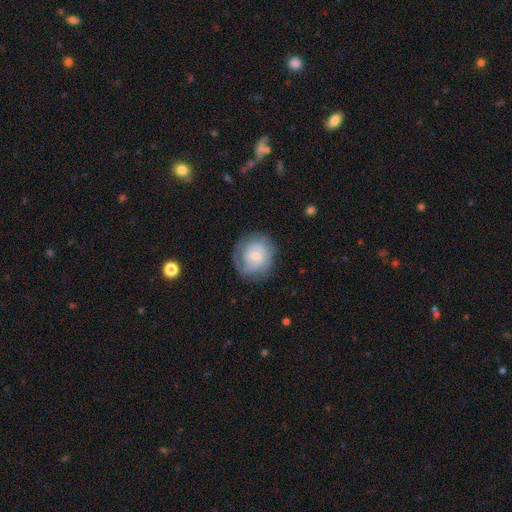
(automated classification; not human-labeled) smooth-or-featured: featured or disk: 61% | smooth: 33% | star or artifact: 7%
  disk-edge-on: no: 97% | yes: 3%
    bar: no: 64% | weak: 31% | strong: 5%
    has-spiral-arms: yes: 81% | no: 19%
    bulge-size: small: 59% | moderate: 33% | none: 3% | large: 3% | dominant: 1%
  merging: none: 68% | minor disturbance: 20% | major disturbance: 11% | merger: 1%